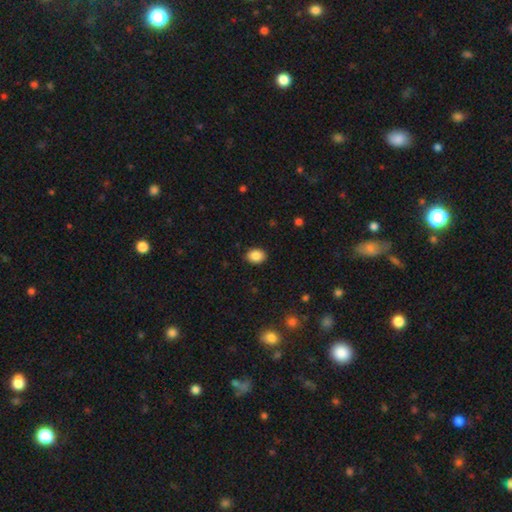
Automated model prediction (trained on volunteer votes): smooth-or-featured: smooth: 88% | star or artifact: 8% | featured or disk: 4%
  how-rounded: in between: 66% | round: 33% | cigar-shaped: 1%
  merging: none: 89% | minor disturbance: 8% | major disturbance: 2% | merger: 1%